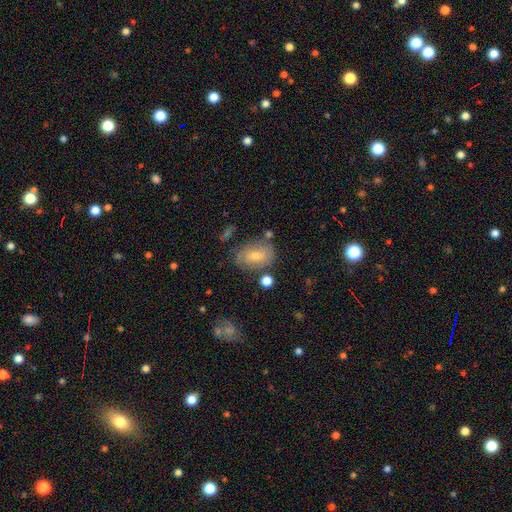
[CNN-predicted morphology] Smooth or featured: featured or disk — 53% (smooth — 35%)
Edge-on disk: no — 94% (yes — 6%)
Merging: none — 66% (minor disturbance — 20%)